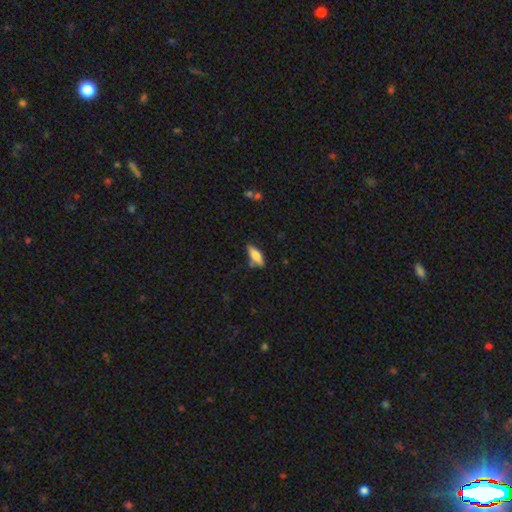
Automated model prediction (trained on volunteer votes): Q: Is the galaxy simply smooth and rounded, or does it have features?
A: smooth — 65%.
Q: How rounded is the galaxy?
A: in between — 56%.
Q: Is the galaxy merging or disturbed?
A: none — 77%.